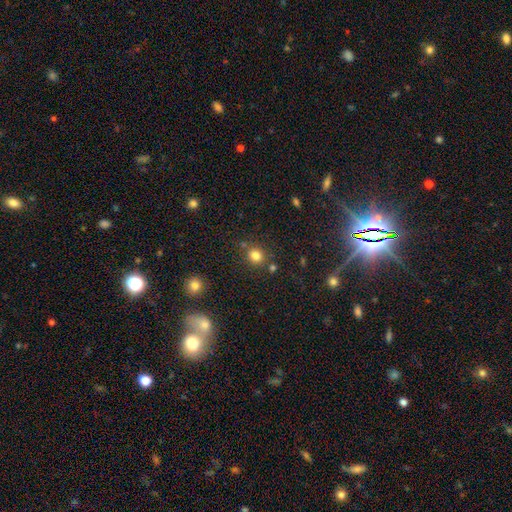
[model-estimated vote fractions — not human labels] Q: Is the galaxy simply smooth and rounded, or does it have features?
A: smooth — 80%.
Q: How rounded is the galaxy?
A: round — 82%.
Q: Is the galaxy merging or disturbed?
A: none — 76%.